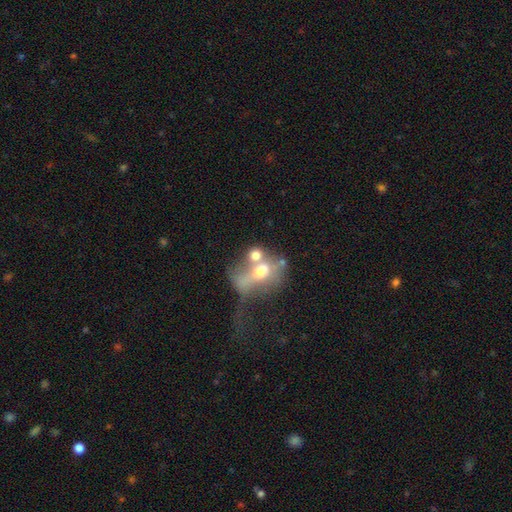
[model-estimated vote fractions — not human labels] A smooth galaxy with no disk features (48%). Merging: merger (56%).